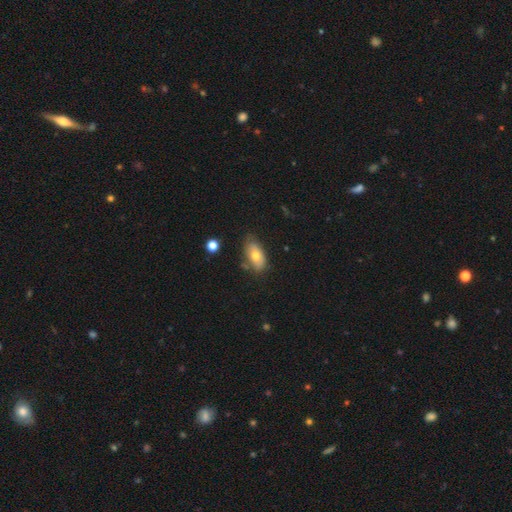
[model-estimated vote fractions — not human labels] This appears to be a smooth galaxy with no disk features (68%) that is in between round and cigar-shaped (91%). Merging: none (65%).